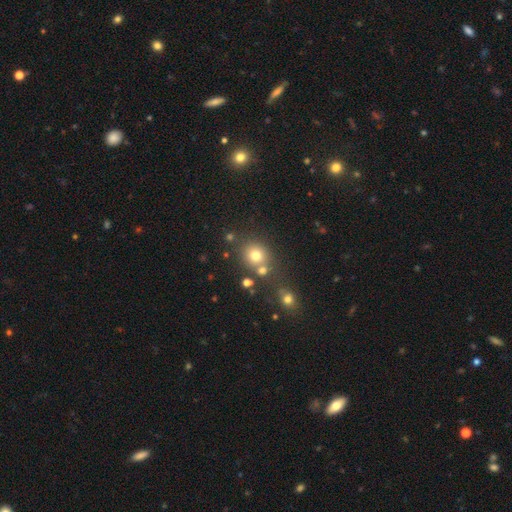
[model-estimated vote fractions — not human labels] Morphology: type=smooth (74%); roundness=round (81%); merging=none (65%).